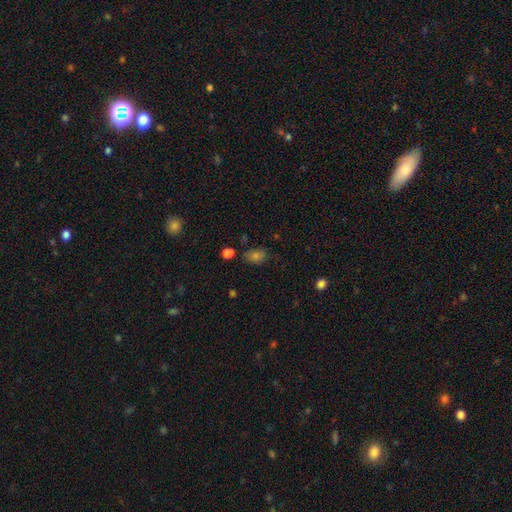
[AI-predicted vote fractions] A smooth galaxy with no disk features (61%) that is in between round and cigar-shaped (75%).

Vote fractions:
- Smooth or featured? smooth: 61% / star or artifact: 27% / featured or disk: 12%
- How rounded? in between: 75% / round: 23% / cigar-shaped: 2%
- Merging? none: 76% / minor disturbance: 14% / merger: 5% / major disturbance: 5%